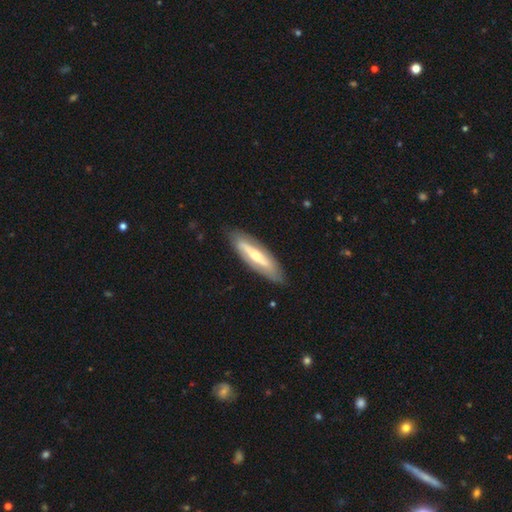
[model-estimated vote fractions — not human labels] featured or disk 64%, smooth 31%, star or artifact 5%. Down the decision tree: edge-on disk — no (54%); merging — none (84%).